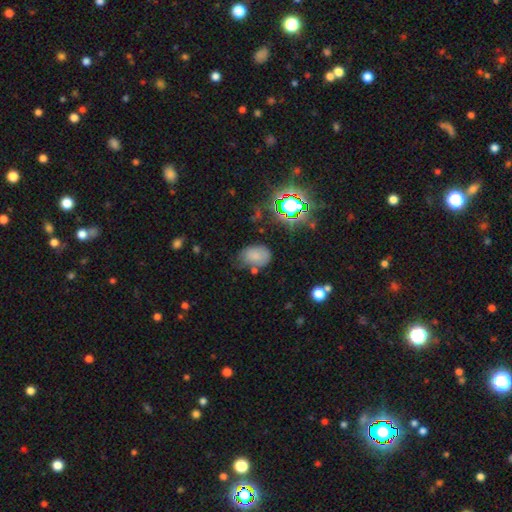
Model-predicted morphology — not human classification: smooth_or_featured: smooth (p=0.71) [alt: star or artifact p=0.18]
how_rounded: in between (p=0.76) [alt: round p=0.23]
merging: none (p=0.59) [alt: minor disturbance p=0.26]